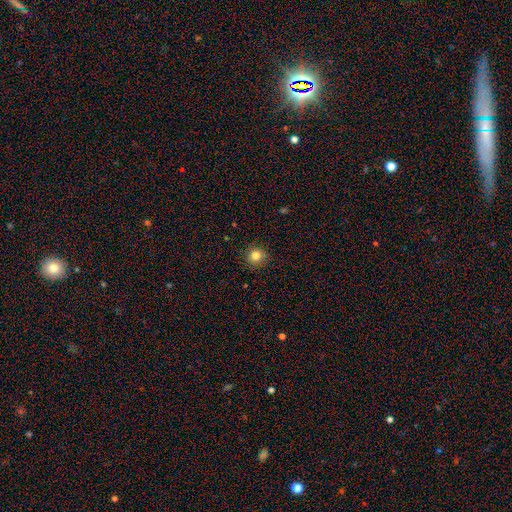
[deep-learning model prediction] A smooth galaxy with no disk features (82%) that is round (91%).

Vote fractions:
- Smooth or featured? smooth: 82% / star or artifact: 12% / featured or disk: 6%
- How rounded? round: 91% / in between: 8% / cigar-shaped: 1%
- Merging? none: 89% / minor disturbance: 8% / major disturbance: 2% / merger: 1%